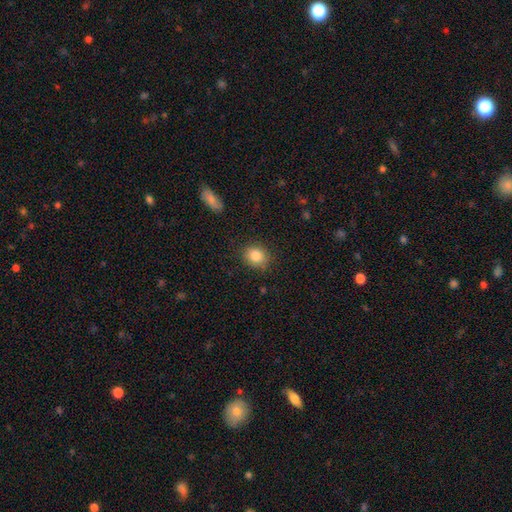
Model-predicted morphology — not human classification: Overall: smooth (85%). How rounded: round (69%; in between 30%). Merging: none (86%).